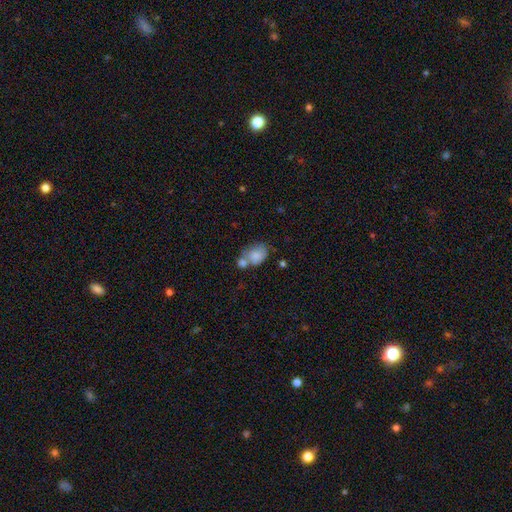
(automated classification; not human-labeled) smooth 80%, featured or disk 13%, star or artifact 8%. Down the decision tree: how rounded — in between (74%); merging — merger (42%).